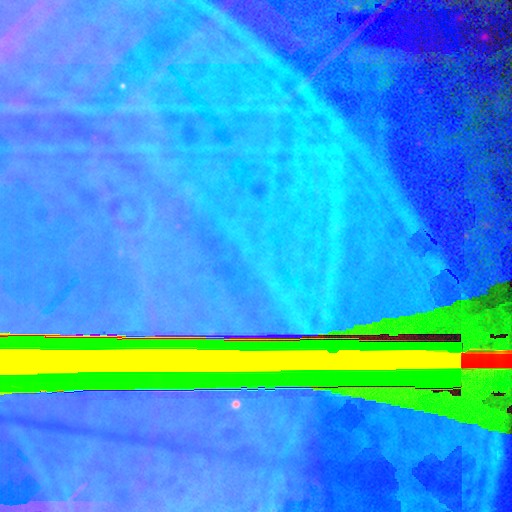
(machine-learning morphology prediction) smooth-or-featured: star or artifact: 86% | featured or disk: 7% | smooth: 7%